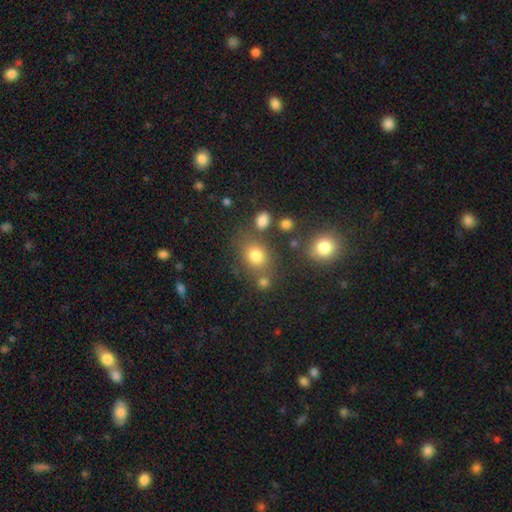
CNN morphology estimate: Smooth or featured?
  - smooth: 77% *
  - star or artifact: 15%
  - featured or disk: 9%
How rounded?
  - round: 54% *
  - in between: 45%
  - cigar-shaped: 1%
Merging?
  - none: 68% *
  - minor disturbance: 13%
  - merger: 13%
  - major disturbance: 6%